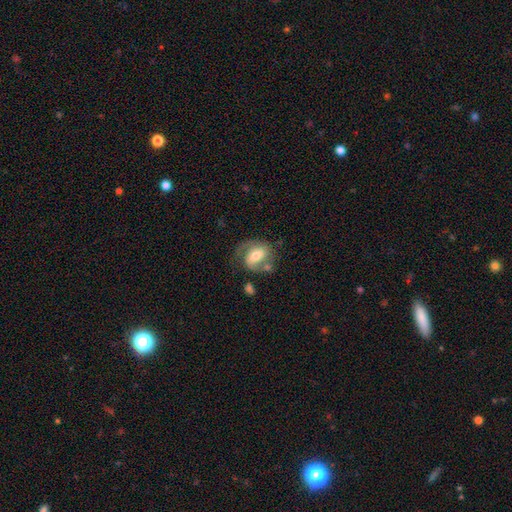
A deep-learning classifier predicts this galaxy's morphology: Smooth or featured: featured or disk — 60% (smooth — 33%)
Edge-on disk: no — 96% (yes — 4%)
Bar: weak — 39% (strong — 31%)
Spiral arms: yes — 80% (no — 20%)
Bulge size: moderate — 62% (small — 26%)
Merging: none — 51% (minor disturbance — 22%)